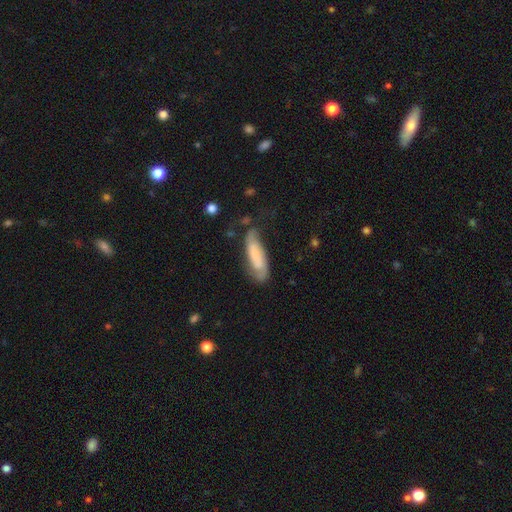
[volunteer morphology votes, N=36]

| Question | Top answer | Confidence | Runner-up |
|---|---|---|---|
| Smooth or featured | smooth | 56% | featured or disk (42%) |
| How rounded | cigar-shaped | 70% | in between (30%) |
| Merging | none | 71% | minor disturbance (23%) |